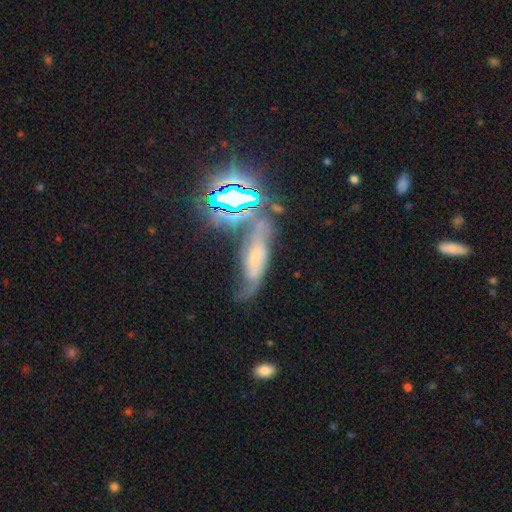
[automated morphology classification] Smooth or featured? featured or disk (46%)
Merging? none (49%)